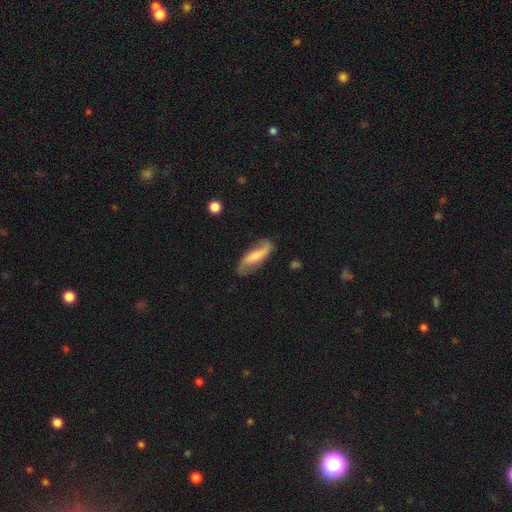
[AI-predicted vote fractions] featured or disk 66%, smooth 27%, star or artifact 6%. Down the decision tree: edge-on disk — no (86%); bar — no (38%); spiral arms — yes (92%); spiral arm count — 2 (89%); spiral winding — loose (74%); bulge size — small (40%); merging — none (74%).